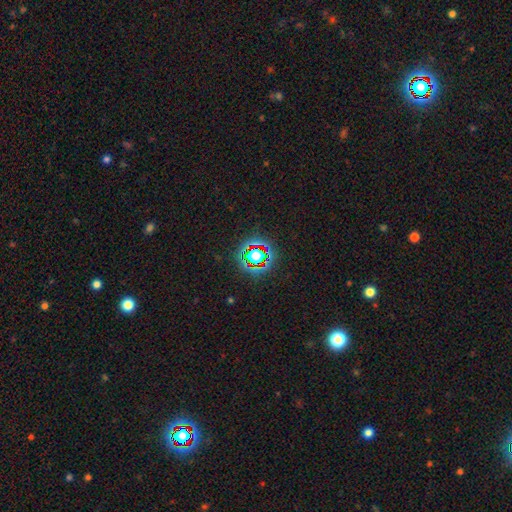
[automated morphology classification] smooth_or_featured: star or artifact (p=0.63) [alt: smooth p=0.25]